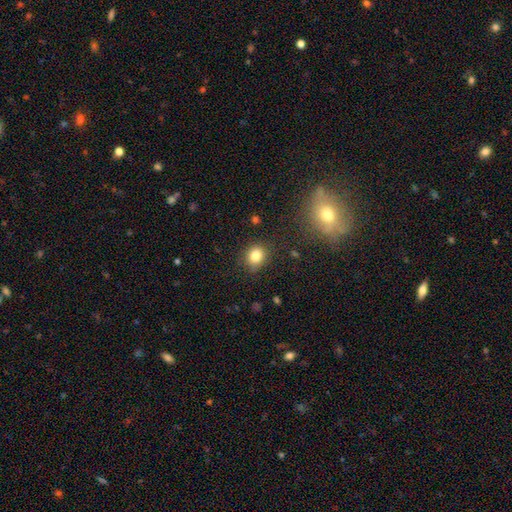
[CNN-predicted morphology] smooth-or-featured: smooth: 82% | star or artifact: 12% | featured or disk: 6%
  how-rounded: round: 70% | in between: 29% | cigar-shaped: 1%
  merging: none: 85% | minor disturbance: 10% | major disturbance: 3% | merger: 2%